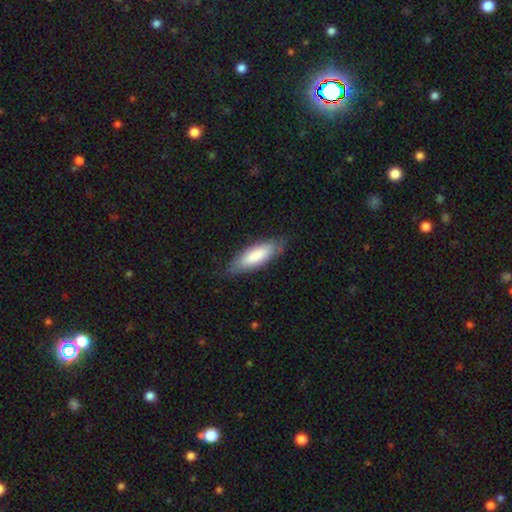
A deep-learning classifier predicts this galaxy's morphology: Smooth or featured?
  - smooth: 80% *
  - featured or disk: 15%
  - star or artifact: 5%
How rounded?
  - in between: 62% *
  - cigar-shaped: 36%
  - round: 1%
Merging?
  - none: 78% *
  - minor disturbance: 17%
  - major disturbance: 4%
  - merger: 1%